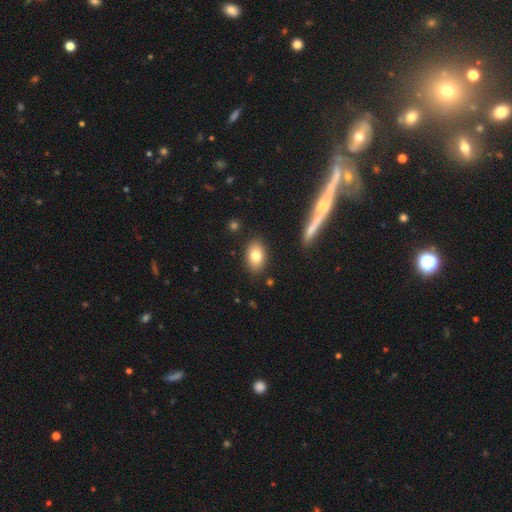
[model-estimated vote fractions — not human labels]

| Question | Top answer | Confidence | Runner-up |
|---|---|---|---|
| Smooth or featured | smooth | 78% | featured or disk (13%) |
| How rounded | in between | 88% | round (10%) |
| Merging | none | 86% | minor disturbance (9%) |